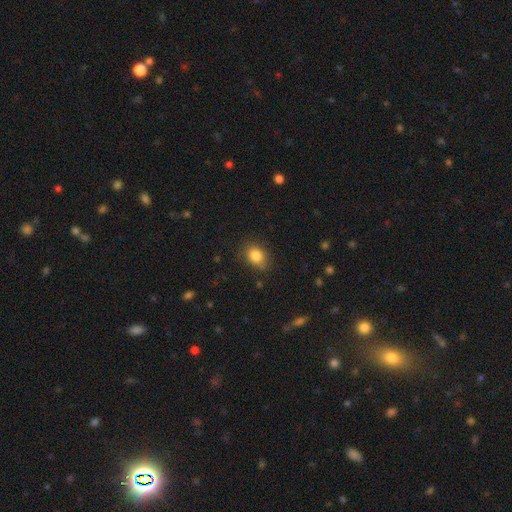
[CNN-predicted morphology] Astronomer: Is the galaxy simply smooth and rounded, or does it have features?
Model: smooth — 84%.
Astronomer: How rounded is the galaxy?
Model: in between — 62%.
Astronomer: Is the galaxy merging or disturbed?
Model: none — 78%.